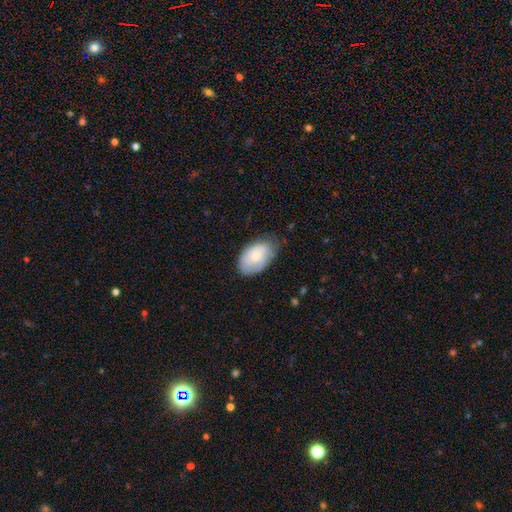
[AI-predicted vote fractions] smooth_or_featured: smooth (p=0.72) [alt: featured or disk p=0.22]
how_rounded: in between (p=0.93) [alt: round p=0.06]
merging: none (p=0.66) [alt: minor disturbance p=0.27]